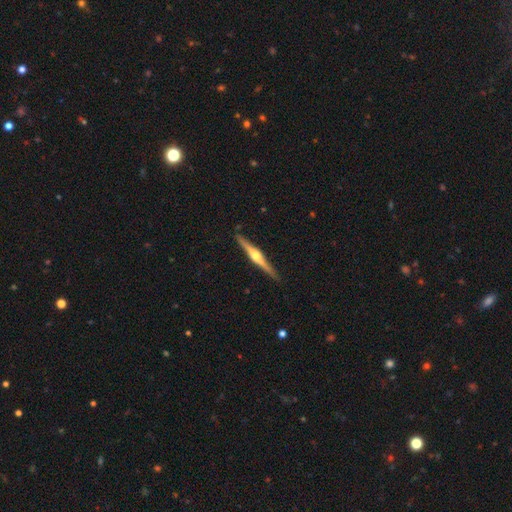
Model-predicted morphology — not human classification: type=featured or disk (80%); edge-on=yes (98%); edge-on bulge=rounded (94%); merging=none (90%).